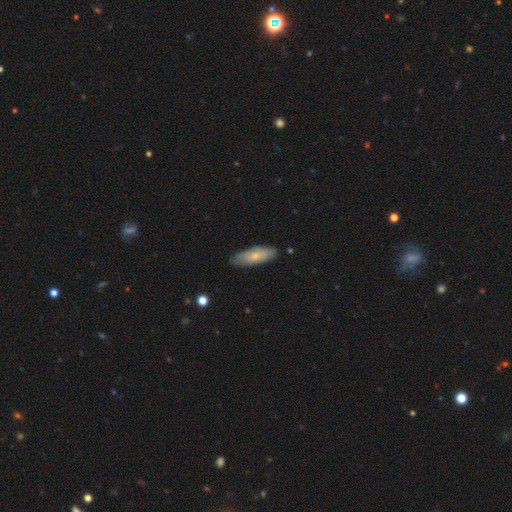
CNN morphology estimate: Overall: smooth (65%; featured or disk 29%). How rounded: in between (57%; cigar-shaped 41%). Merging: none (81%).